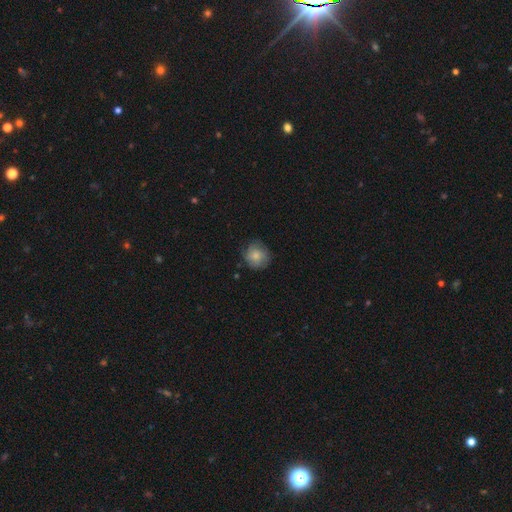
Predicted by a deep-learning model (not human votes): smooth 72%, featured or disk 20%, star or artifact 7%. Down the decision tree: how rounded — round (87%); merging — none (75%).